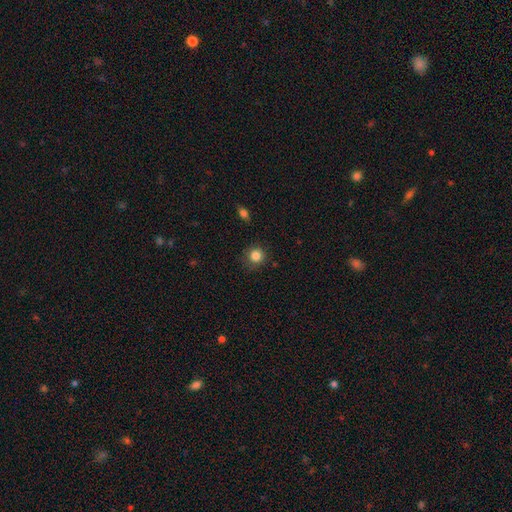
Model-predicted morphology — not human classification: Q: Smooth or featured?
A: smooth (84%); runner-up: star or artifact (11%)
Q: How rounded?
A: round (91%); runner-up: in between (8%)
Q: Merging?
A: none (85%); runner-up: minor disturbance (11%)